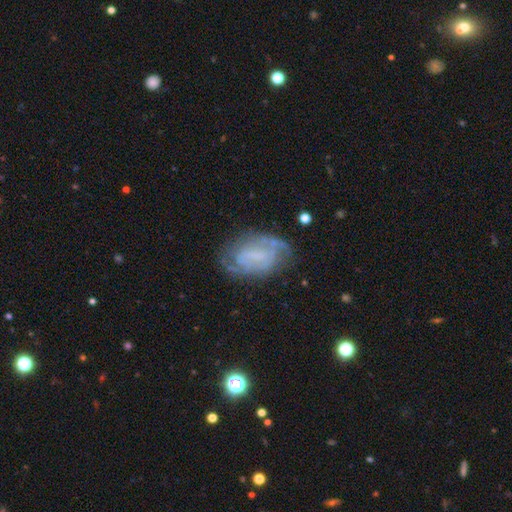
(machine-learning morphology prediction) Smooth or featured?
  - featured or disk: 68% *
  - smooth: 23%
  - star or artifact: 9%
Edge-on disk?
  - no: 95% *
  - yes: 5%
Bar?
  - weak: 44% *
  - no: 33%
  - strong: 24%
Spiral arms?
  - yes: 79% *
  - no: 21%
Spiral winding?
  - tight: 47% *
  - medium: 38%
  - loose: 16%
Spiral arm count?
  - 2: 51% *
  - can't tell: 34%
  - 3: 6%
  - 1: 5%
  - 4: 2%
  - more than 4: 2%
Bulge size?
  - none: 49% *
  - small: 34%
  - moderate: 13%
  - large: 3%
  - dominant: 1%
Merging?
  - none: 66% *
  - minor disturbance: 21%
  - major disturbance: 11%
  - merger: 2%